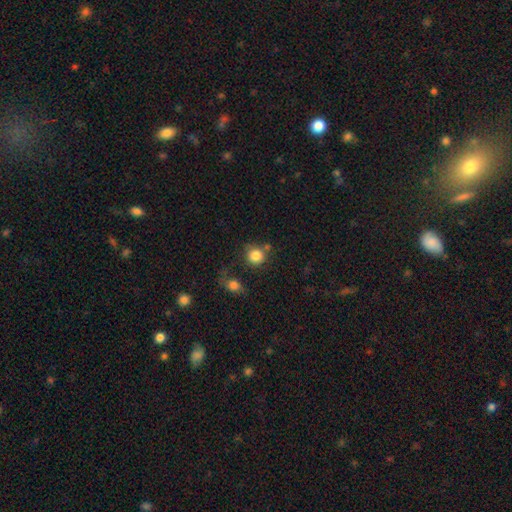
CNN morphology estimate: Smooth or featured? smooth (85%)
How rounded? round (89%)
Merging? none (66%)